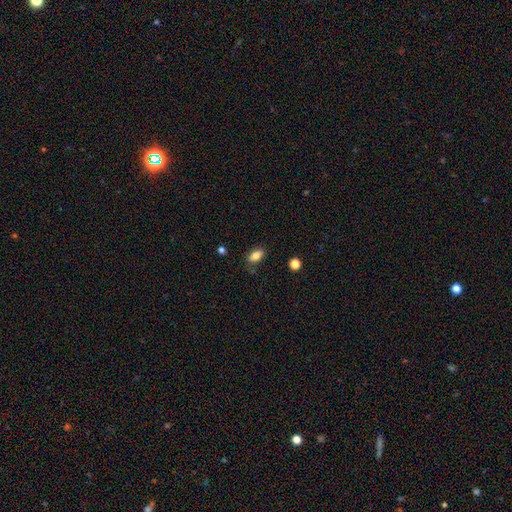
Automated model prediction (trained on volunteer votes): This appears to be a smooth galaxy with no disk features (81%) that is in between round and cigar-shaped (88%). Merging: none (78%).